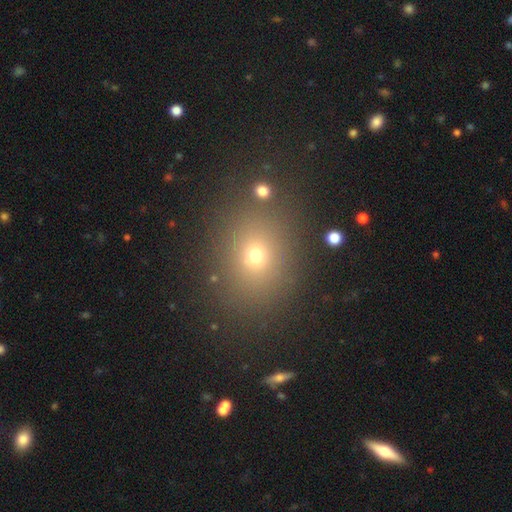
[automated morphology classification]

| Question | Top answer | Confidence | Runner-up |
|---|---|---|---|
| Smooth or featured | smooth | 65% | star or artifact (25%) |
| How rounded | round | 56% | in between (42%) |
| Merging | none | 85% | minor disturbance (8%) |